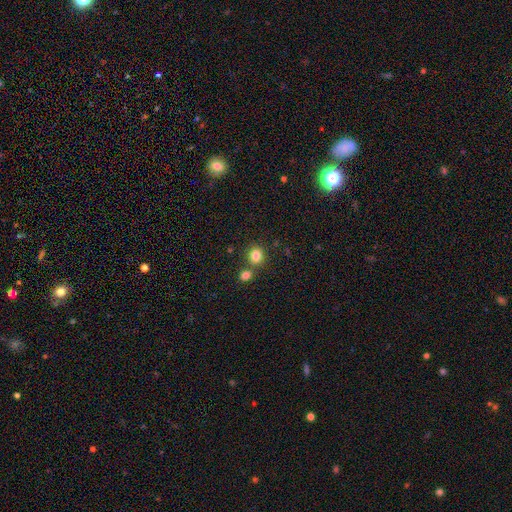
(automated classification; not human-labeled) Smooth or featured? smooth (82%)
How rounded? round (78%)
Merging? none (67%)